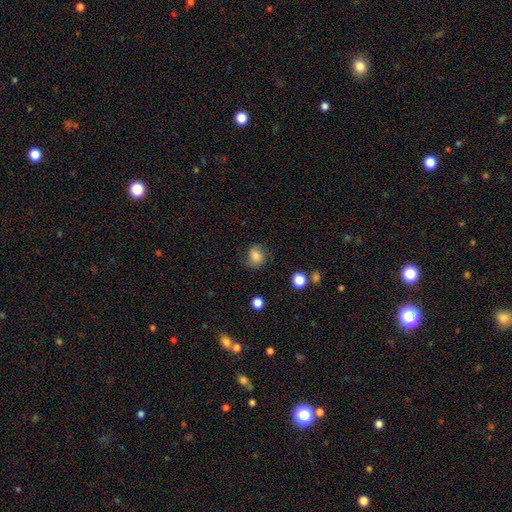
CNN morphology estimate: Smooth or featured? smooth (80%)
How rounded? round (66%)
Merging? none (75%)